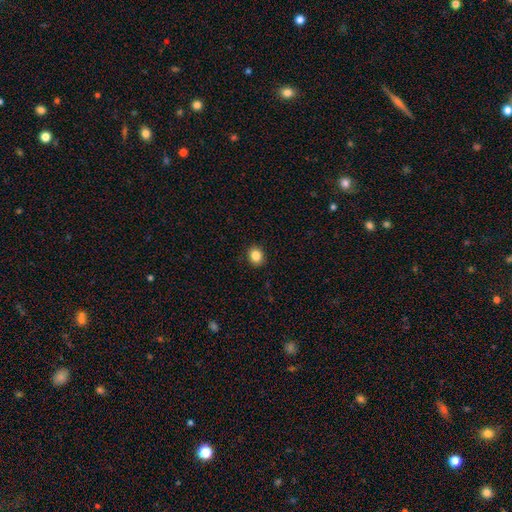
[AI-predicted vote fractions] This appears to be a smooth galaxy with no disk features (85%) that is round (69%). Merging: none (91%).